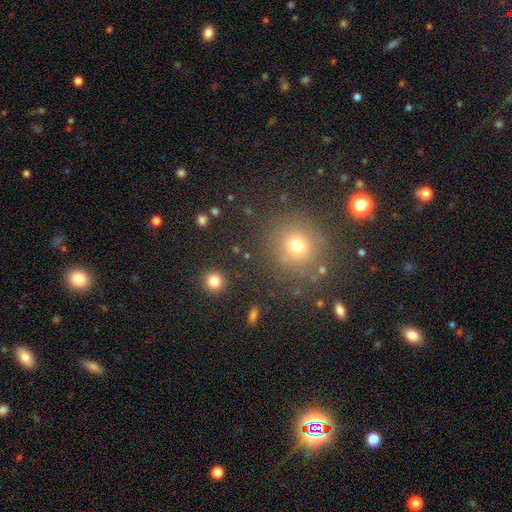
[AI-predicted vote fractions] This appears to be a smooth galaxy with no disk features (51%) that is round (92%). Merging: none (86%).